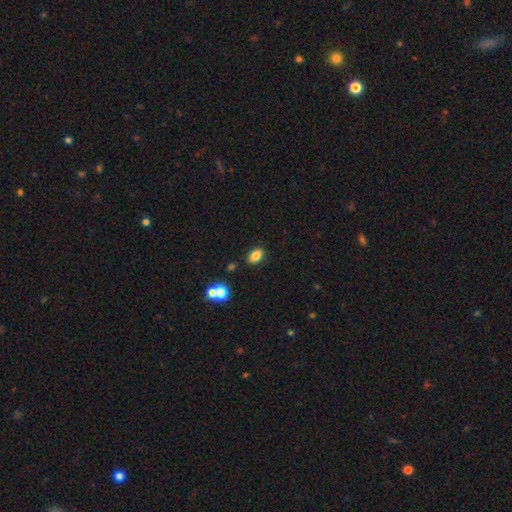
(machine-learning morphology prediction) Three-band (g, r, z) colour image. It shows a smooth galaxy with no disk features (83%) that is in between round and cigar-shaped (87%). Merging: none (84%).